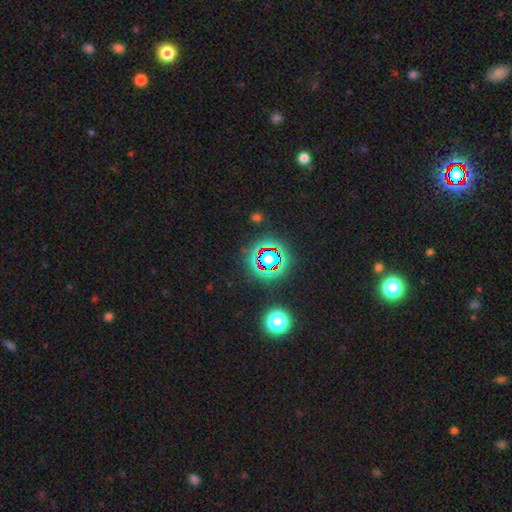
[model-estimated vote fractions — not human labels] This is likely a star or artifact rather than a galaxy (78%).